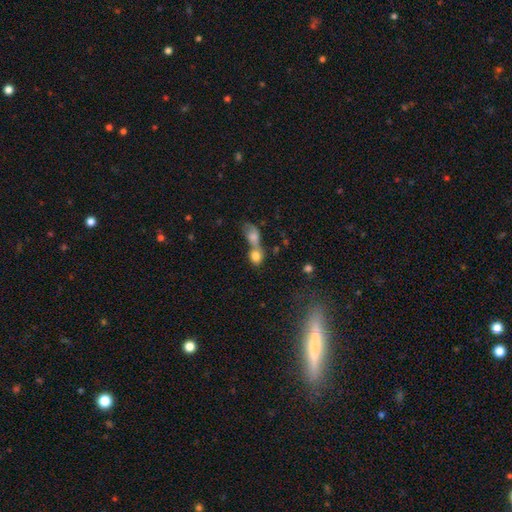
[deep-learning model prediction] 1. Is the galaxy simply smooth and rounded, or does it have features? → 78% smooth, 12% featured or disk, 10% star or artifact.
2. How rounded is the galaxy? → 54% round, 43% in between, 3% cigar-shaped.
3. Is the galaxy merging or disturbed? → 69% merger, 21% none, 5% minor disturbance, 4% major disturbance.